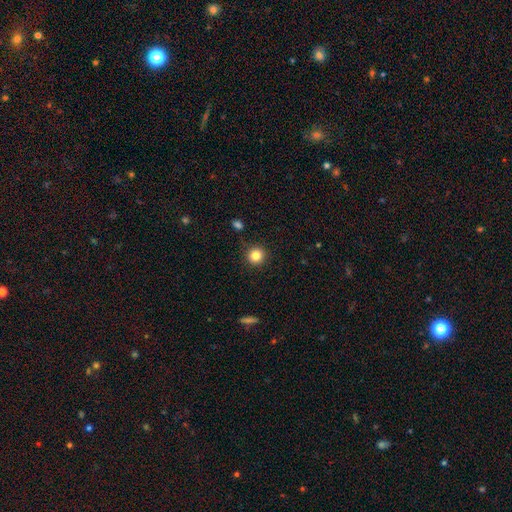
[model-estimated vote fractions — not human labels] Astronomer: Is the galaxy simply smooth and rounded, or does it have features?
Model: smooth — 84%.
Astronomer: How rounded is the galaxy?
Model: round — 94%.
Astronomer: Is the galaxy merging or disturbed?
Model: none — 89%.